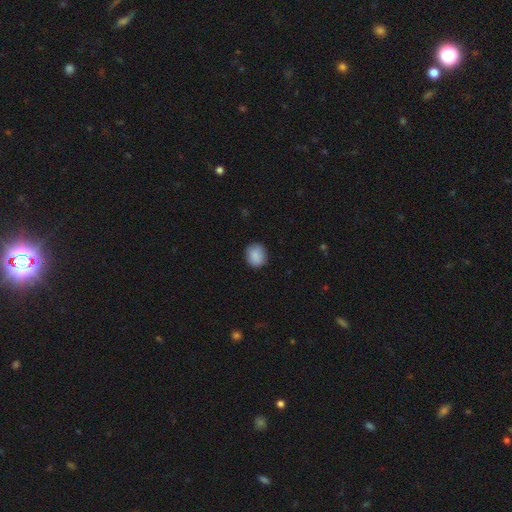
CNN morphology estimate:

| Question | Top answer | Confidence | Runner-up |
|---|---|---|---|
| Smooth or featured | smooth | 88% | star or artifact (7%) |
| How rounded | round | 75% | in between (24%) |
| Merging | none | 84% | minor disturbance (13%) |